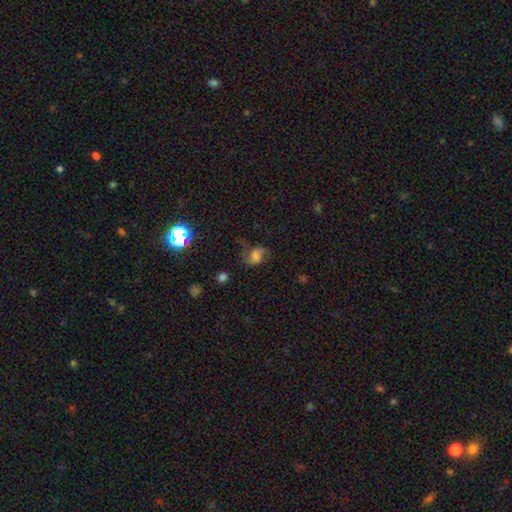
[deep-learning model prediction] Smooth or featured?
  - smooth: 52% *
  - featured or disk: 32%
  - star or artifact: 16%
How rounded?
  - in between: 67% *
  - round: 32%
  - cigar-shaped: 2%
Merging?
  - none: 45% *
  - minor disturbance: 27%
  - major disturbance: 25%
  - merger: 3%